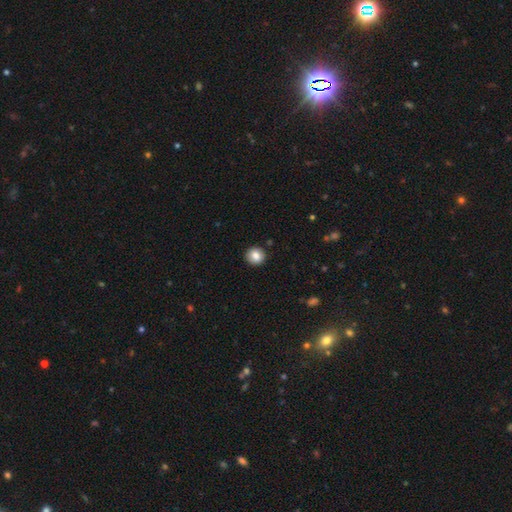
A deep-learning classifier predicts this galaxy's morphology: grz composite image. It shows a smooth galaxy with no disk features (85%) that is round (89%). Merging: none (91%).